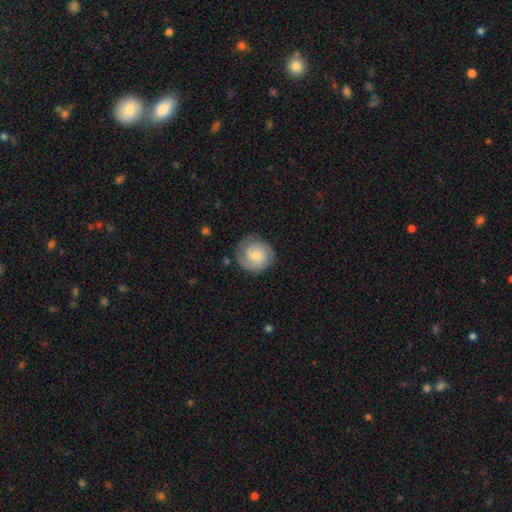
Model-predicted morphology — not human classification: Overall: featured or disk (53%; smooth 41%). Edge-on disk: no (98%). Bar: no (70%). Spiral arms: yes (88%). Bulge size: small (46%; moderate 41%). Merging: none (78%).